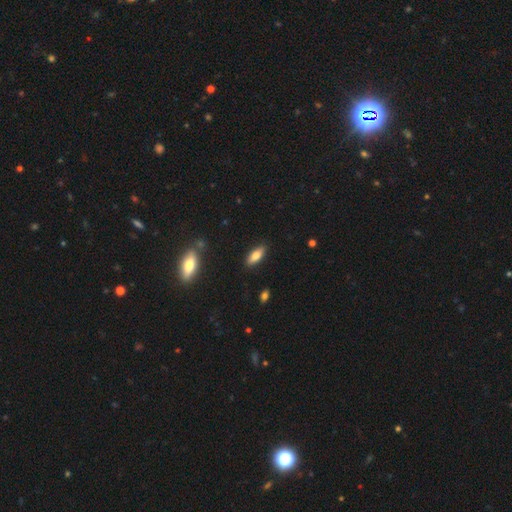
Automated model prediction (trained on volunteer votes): smooth 75%, featured or disk 19%, star or artifact 7%. Down the decision tree: how rounded — in between (74%); merging — none (87%).